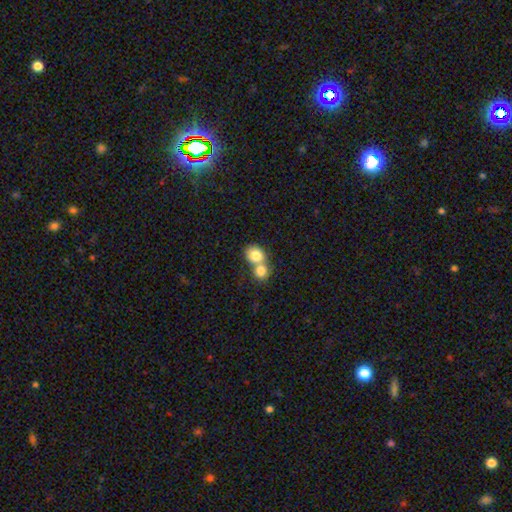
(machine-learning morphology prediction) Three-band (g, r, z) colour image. It shows a smooth galaxy with no disk features (80%) that is round (72%). Merging: merger (65%).